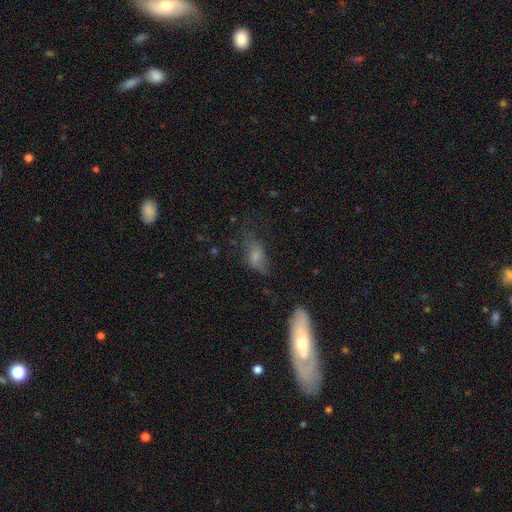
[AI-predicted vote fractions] Overall: smooth (67%). How rounded: in between (86%). Merging: none (42%; minor disturbance 32%).